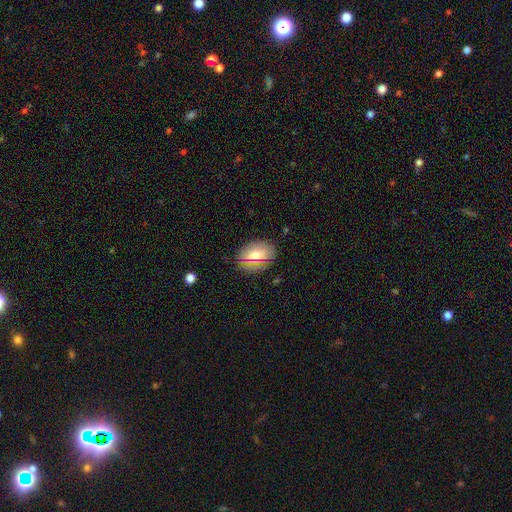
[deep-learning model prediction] Overall: smooth (68%). How rounded: in between (79%). Merging: none (81%).